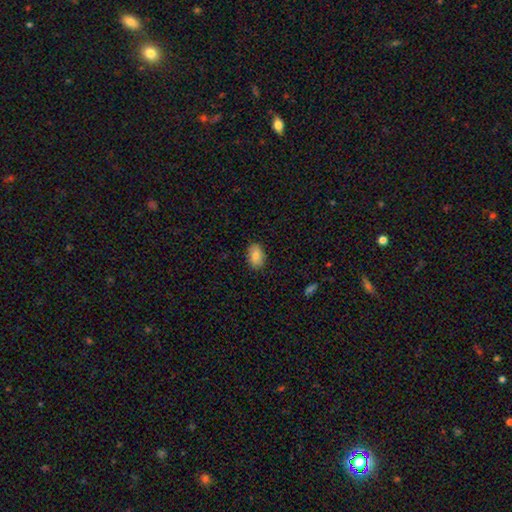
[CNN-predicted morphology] The model was most divided on "smooth or featured": smooth: 83%, featured or disk: 9%, star or artifact: 7%. More confident: how rounded — in between (87%); merging — none (87%).